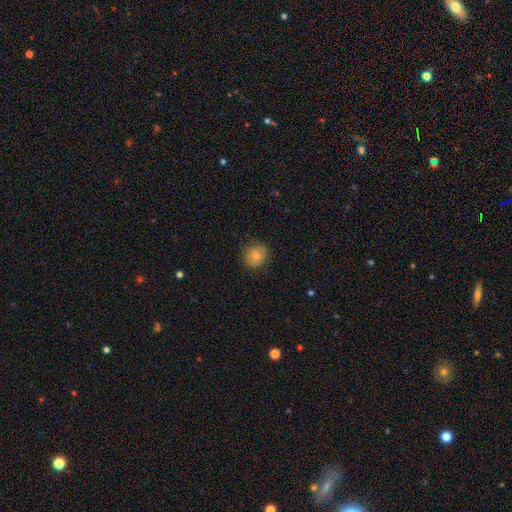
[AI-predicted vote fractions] Morphology: type=smooth (75%); roundness=round (78%); merging=none (83%).